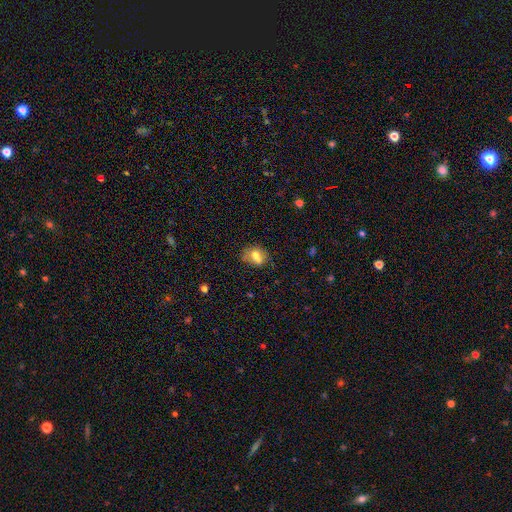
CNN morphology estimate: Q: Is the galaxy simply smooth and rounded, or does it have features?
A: smooth — 68%.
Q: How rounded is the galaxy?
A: round — 56%.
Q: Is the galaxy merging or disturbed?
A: none — 49%.